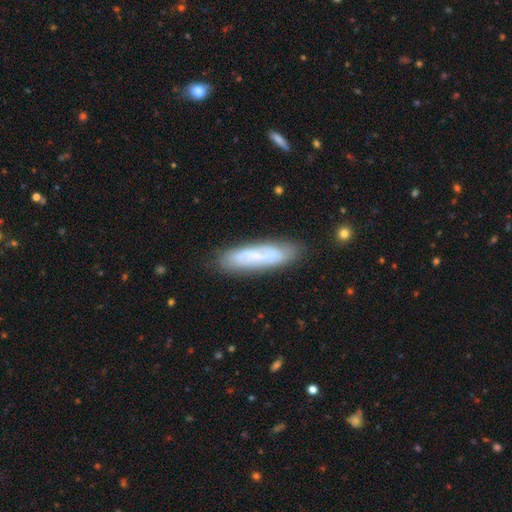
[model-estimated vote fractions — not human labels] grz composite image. It shows a smooth galaxy with no disk features (48%). Merging: none (82%).